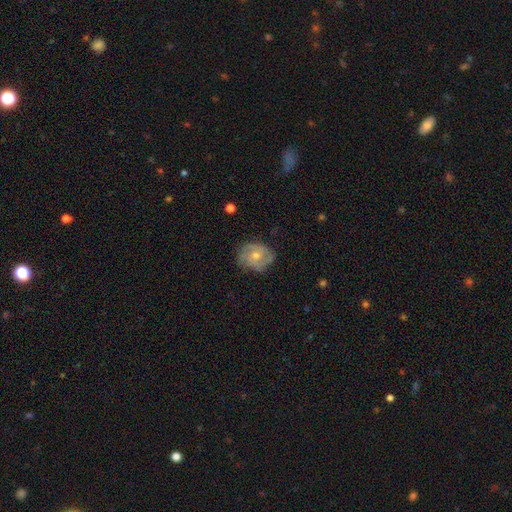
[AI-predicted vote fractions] This appears to be a featured or disk galaxy (68%) with no bar (73%), 3 (31%) tight (46%) spiral arms (88%) and a moderate central bulge (52%). Merging: none (70%).